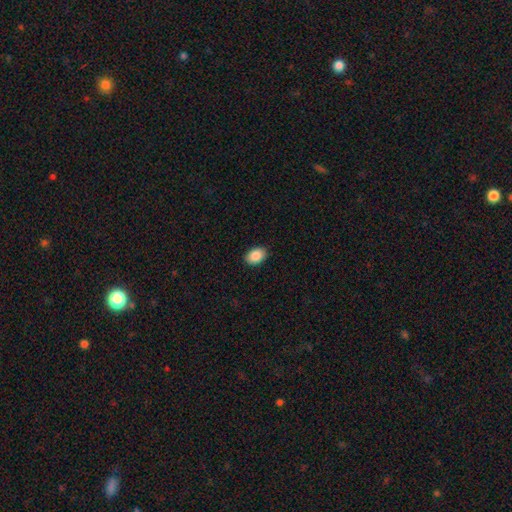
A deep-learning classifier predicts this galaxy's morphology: A smooth galaxy with no disk features (88%) that is in between round and cigar-shaped (81%). Merging: none (88%).